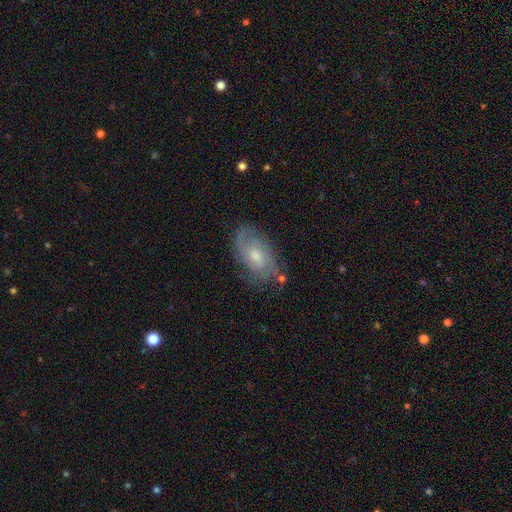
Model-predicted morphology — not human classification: Overall: featured or disk (68%). Edge-on disk: no (94%). Bar: no (66%; weak 30%). Spiral arms: yes (88%). Spiral arm count: 2 (46%; can't tell 32%). Spiral winding: tight (42%; medium 41%). Bulge size: moderate (59%; small 30%). Merging: none (71%).